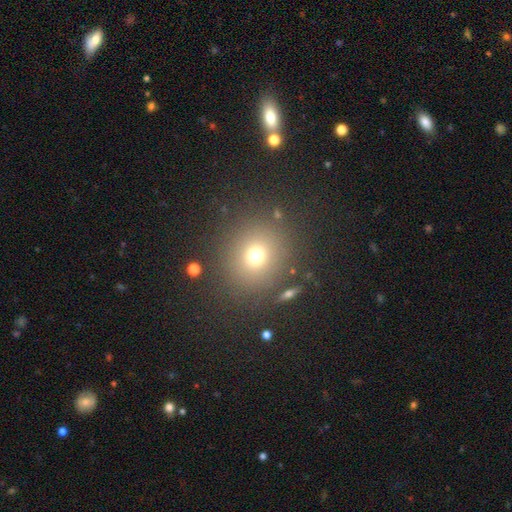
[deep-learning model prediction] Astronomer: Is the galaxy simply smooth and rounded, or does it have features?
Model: smooth — 71%.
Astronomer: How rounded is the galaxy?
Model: round — 86%.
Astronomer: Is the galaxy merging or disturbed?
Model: none — 85%.